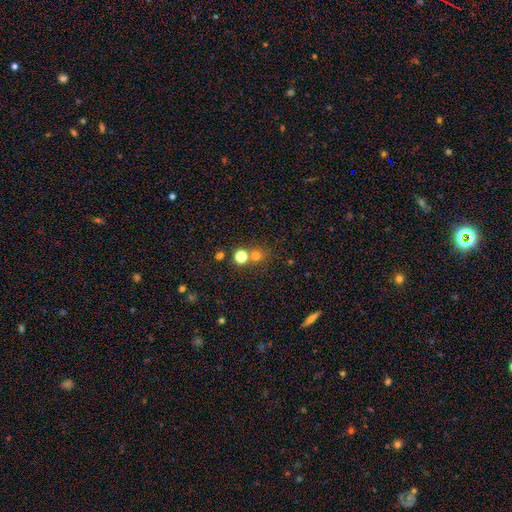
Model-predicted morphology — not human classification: This is likely a smooth galaxy (70%). How rounded: clearly round (87%). Merging: likely none (63%).